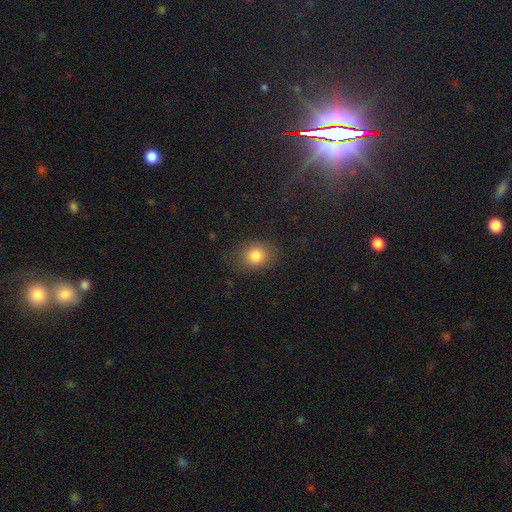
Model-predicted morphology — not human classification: smooth 82%, star or artifact 11%, featured or disk 7%. Down the decision tree: how rounded — round (52%); merging — none (81%).